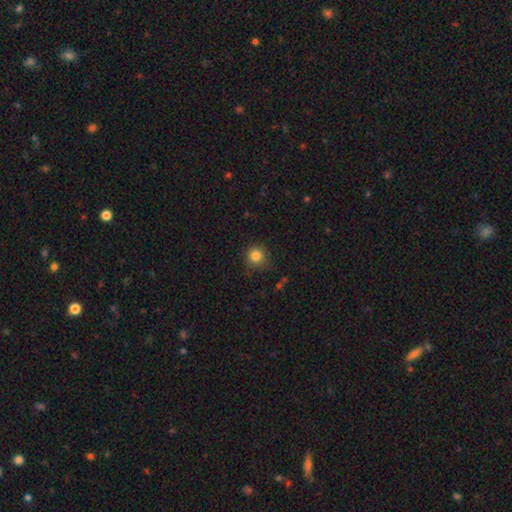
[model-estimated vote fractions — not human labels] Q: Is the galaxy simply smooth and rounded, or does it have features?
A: smooth — 84%.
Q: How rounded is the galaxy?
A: round — 93%.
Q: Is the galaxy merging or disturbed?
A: none — 84%.